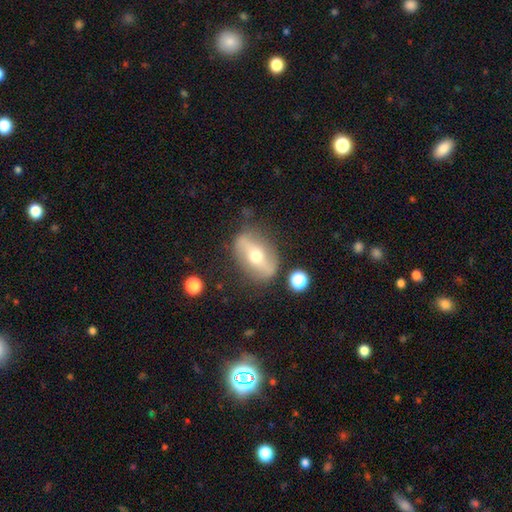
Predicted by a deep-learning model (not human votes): Smooth or featured: featured or disk — 63% (smooth — 29%)
Edge-on disk: no — 78% (yes — 22%)
Merging: none — 77% (minor disturbance — 15%)